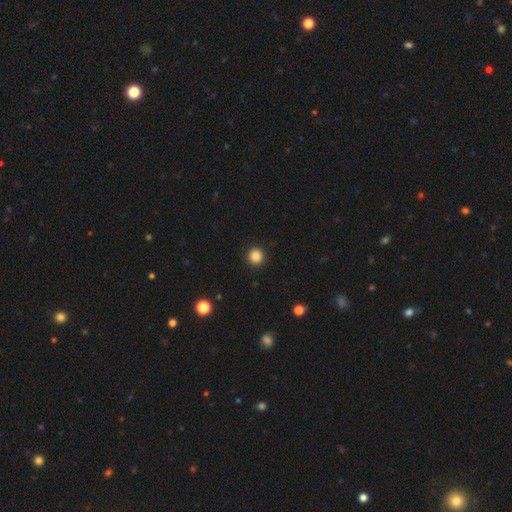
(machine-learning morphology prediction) type=smooth (86%); roundness=round (95%); merging=none (93%).